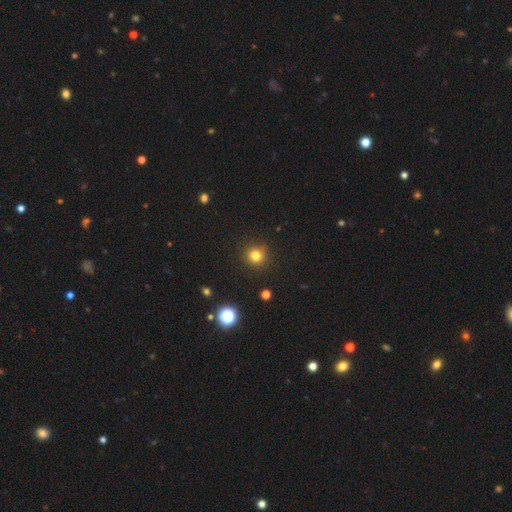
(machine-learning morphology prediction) The model was most divided on "smooth or featured": smooth: 79%, star or artifact: 15%, featured or disk: 5%. More confident: how rounded — round (93%); merging — none (88%).